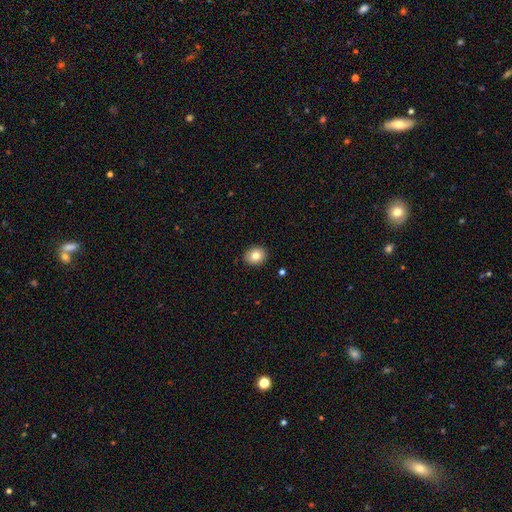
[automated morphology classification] Smooth or featured?
  - smooth: 81% *
  - featured or disk: 10%
  - star or artifact: 9%
How rounded?
  - round: 67% *
  - in between: 32%
  - cigar-shaped: 1%
Merging?
  - none: 90% *
  - minor disturbance: 7%
  - major disturbance: 2%
  - merger: 1%